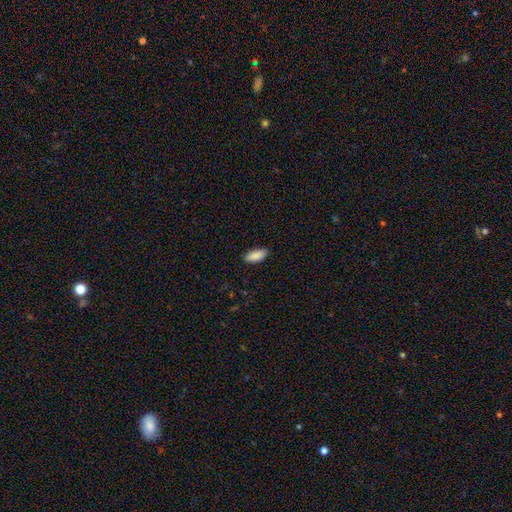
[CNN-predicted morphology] type=smooth (90%); roundness=in between (82%); merging=none (88%).